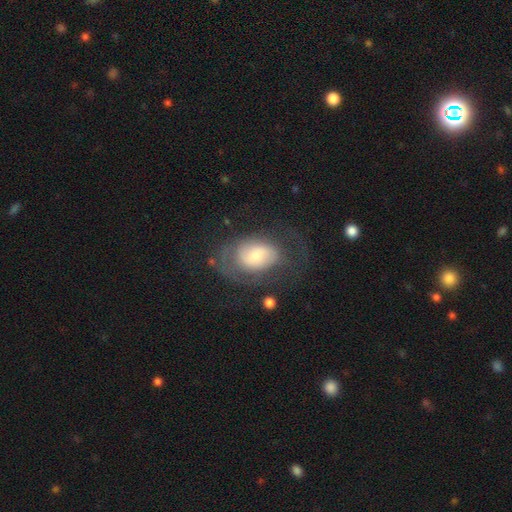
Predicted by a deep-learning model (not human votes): Morphology: type=featured or disk (50%); merging=none (45%).